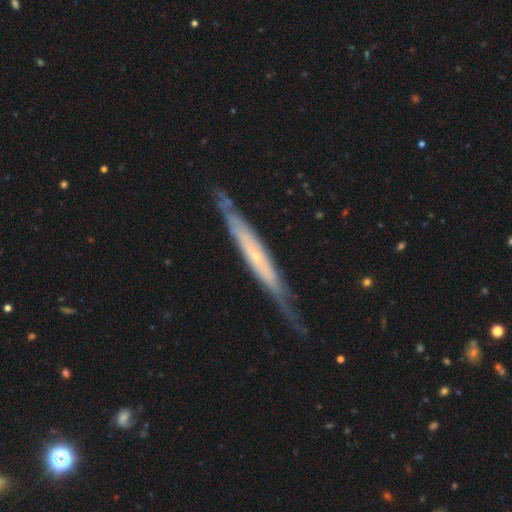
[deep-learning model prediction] Morphology: type=featured or disk (75%); edge-on=yes (73%); edge-on bulge=none (52%); merging=none (69%).